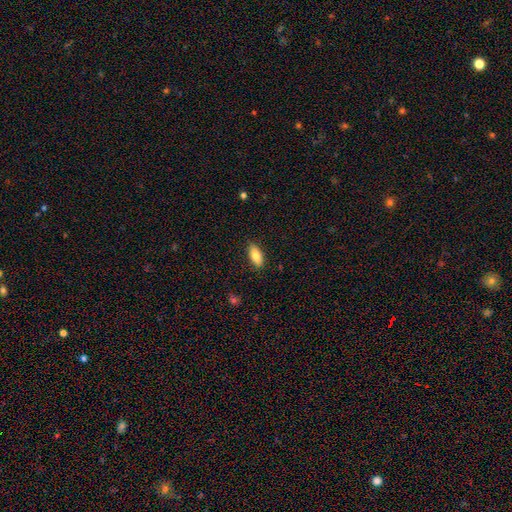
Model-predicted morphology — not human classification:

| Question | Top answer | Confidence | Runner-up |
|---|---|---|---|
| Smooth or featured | smooth | 82% | featured or disk (11%) |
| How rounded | in between | 86% | cigar-shaped (12%) |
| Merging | none | 86% | minor disturbance (10%) |